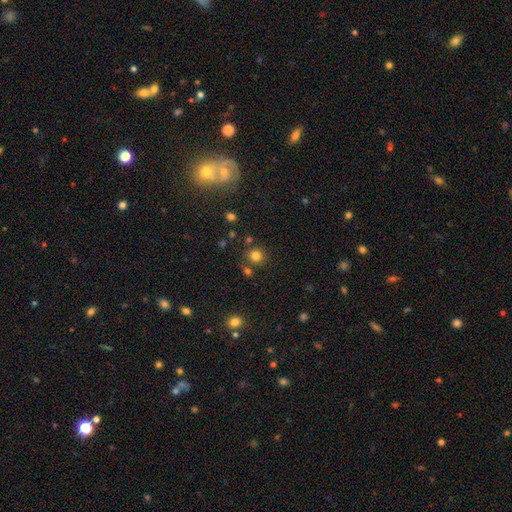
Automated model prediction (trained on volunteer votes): Smooth or featured? smooth (79%)
How rounded? round (91%)
Merging? none (78%)